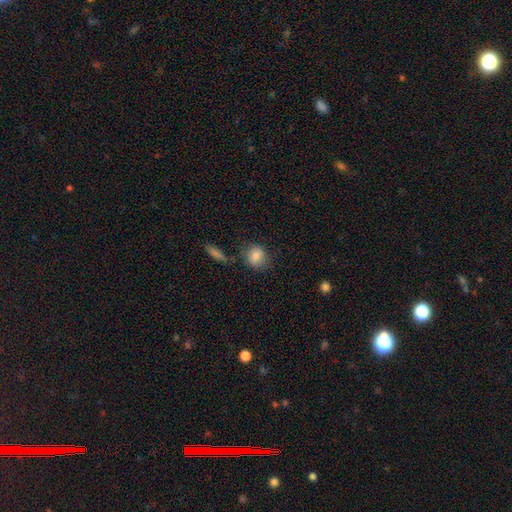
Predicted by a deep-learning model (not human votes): smooth-or-featured: smooth: 84% | star or artifact: 8% | featured or disk: 7%
  how-rounded: round: 72% | in between: 27% | cigar-shaped: 2%
  merging: none: 73% | minor disturbance: 17% | merger: 6% | major disturbance: 5%